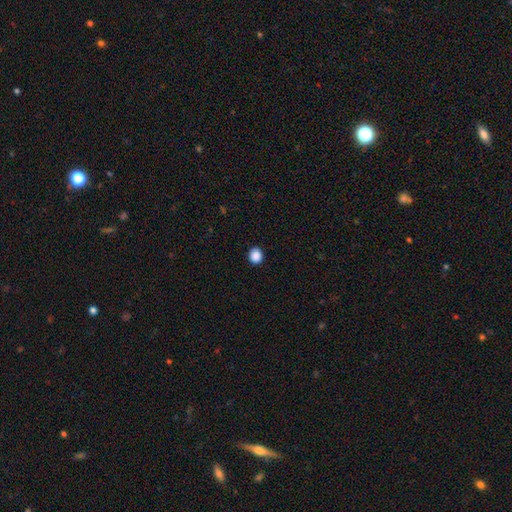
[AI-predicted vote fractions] The model was most divided on "how rounded": round: 87%, in between: 12%, cigar-shaped: 1%. More confident: merging — none (92%); smooth or featured — smooth (88%).